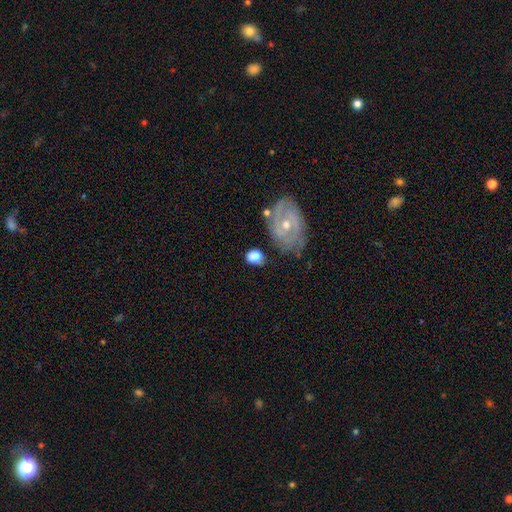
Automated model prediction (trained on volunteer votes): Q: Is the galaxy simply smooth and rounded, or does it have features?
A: smooth — 67%.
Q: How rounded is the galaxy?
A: in between — 66%.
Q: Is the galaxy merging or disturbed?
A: none — 62%.